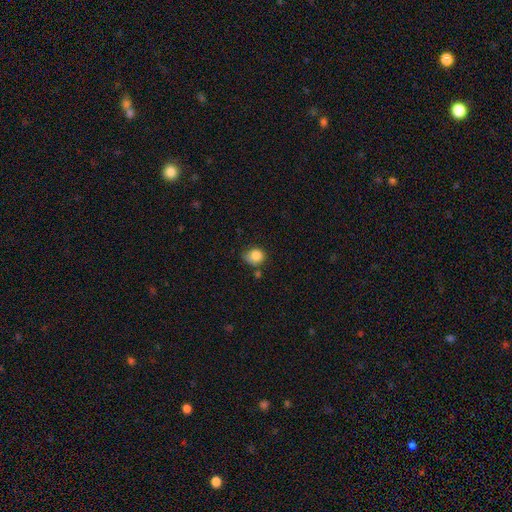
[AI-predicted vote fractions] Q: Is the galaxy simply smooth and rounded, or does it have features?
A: smooth — 84%.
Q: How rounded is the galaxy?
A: round — 77%.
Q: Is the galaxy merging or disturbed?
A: none — 56%.